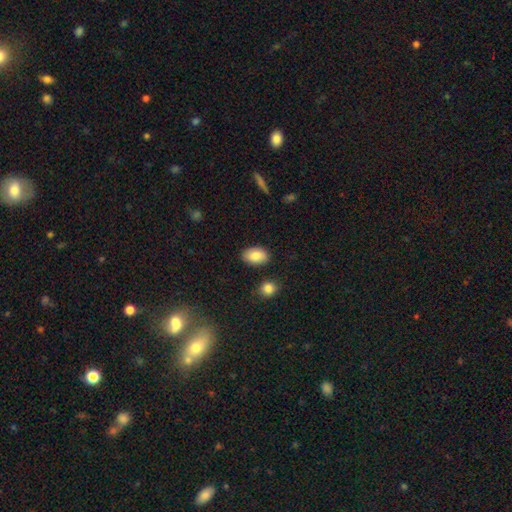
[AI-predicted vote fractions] Smooth or featured? smooth (86%)
How rounded? in between (90%)
Merging? none (85%)